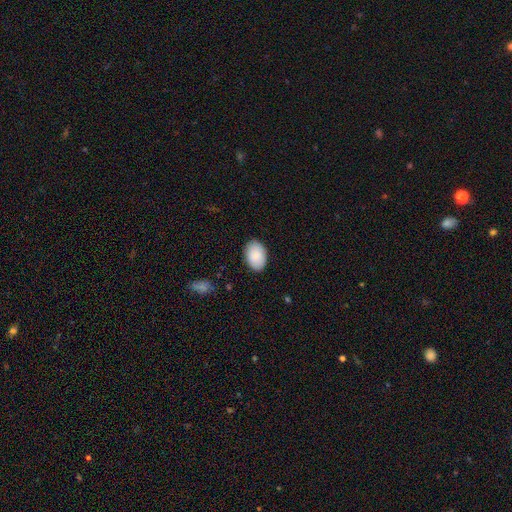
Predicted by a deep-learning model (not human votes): A smooth galaxy with no disk features (89%) that is in between round and cigar-shaped (88%).

Vote fractions:
- Smooth or featured? smooth: 89% / star or artifact: 6% / featured or disk: 5%
- How rounded? in between: 88% / round: 11% / cigar-shaped: 1%
- Merging? none: 87% / minor disturbance: 10% / major disturbance: 2% / merger: 1%